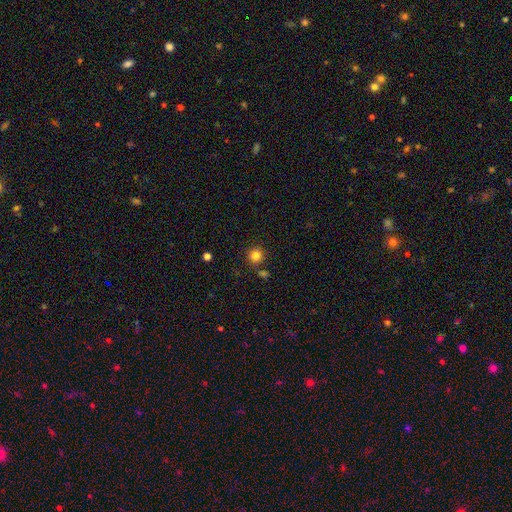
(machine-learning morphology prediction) A smooth galaxy with no disk features (83%) that is round (94%). Merging: none (84%).